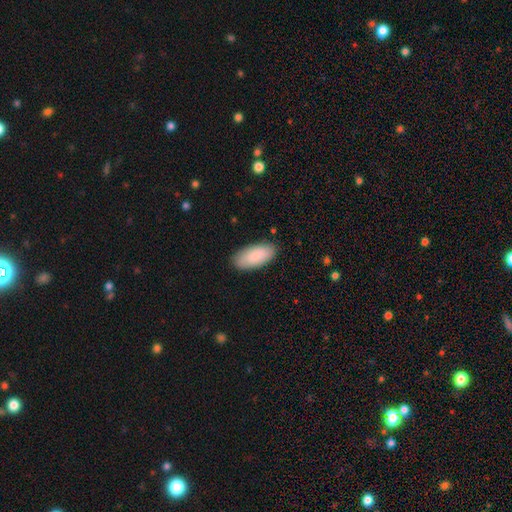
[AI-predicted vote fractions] This is clearly a smooth galaxy (89%). How rounded: clearly in between (92%). Merging: clearly none (86%).